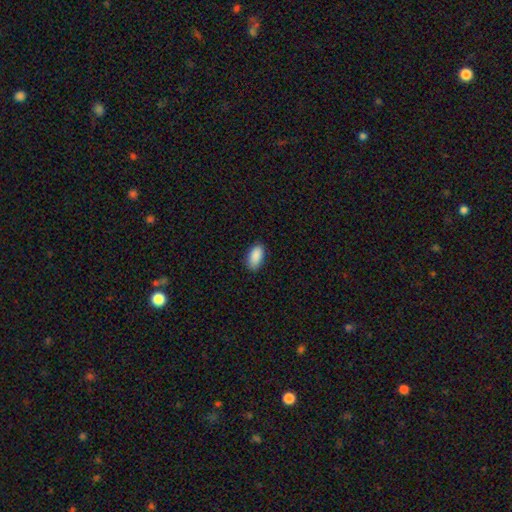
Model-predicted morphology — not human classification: Smooth or featured: smooth — 90% (star or artifact — 7%)
How rounded: in between — 94% (cigar-shaped — 4%)
Merging: none — 85% (minor disturbance — 12%)